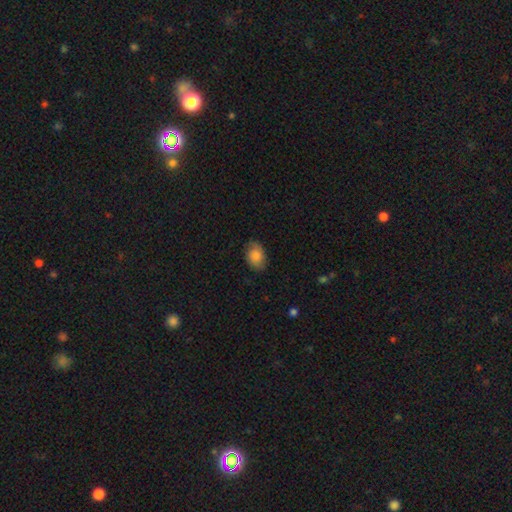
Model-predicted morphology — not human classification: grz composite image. It shows a smooth galaxy with no disk features (79%) that is in between round and cigar-shaped (77%). Merging: none (78%).